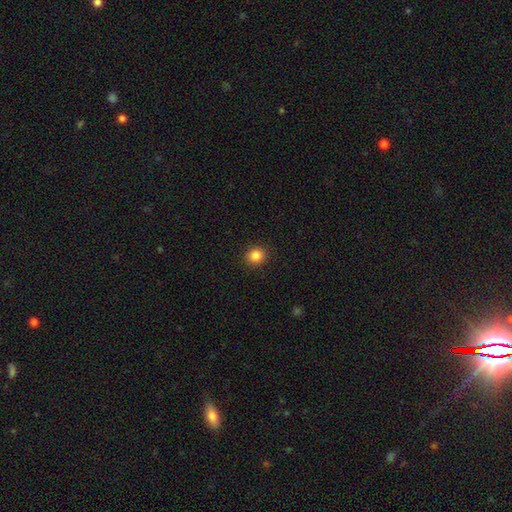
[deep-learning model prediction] Smooth or featured: smooth — 85% (star or artifact — 11%)
How rounded: round — 85% (in between — 14%)
Merging: none — 92% (minor disturbance — 5%)